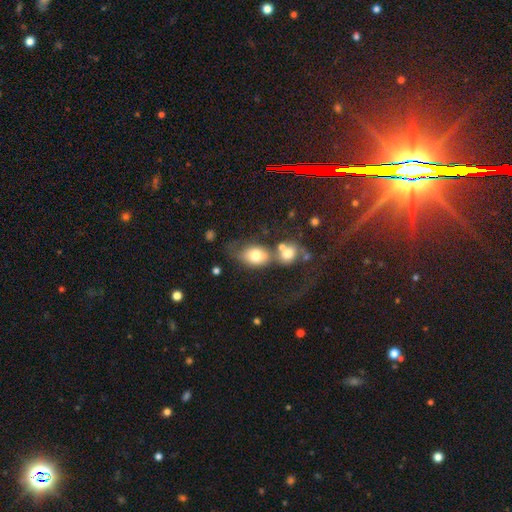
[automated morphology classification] A smooth galaxy with no disk features (71%) that is in between round and cigar-shaped (63%).

Vote fractions:
- Smooth or featured? smooth: 71% / featured or disk: 19% / star or artifact: 10%
- How rounded? in between: 63% / round: 35% / cigar-shaped: 2%
- Merging? merger: 41% / none: 28% / major disturbance: 17% / minor disturbance: 15%